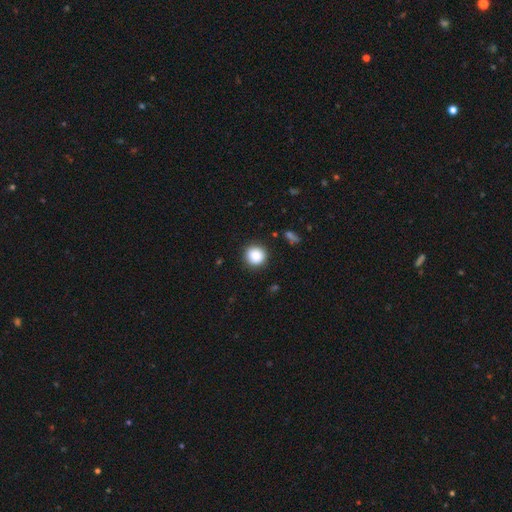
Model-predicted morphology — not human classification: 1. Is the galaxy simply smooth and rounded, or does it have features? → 87% smooth, 9% star or artifact, 5% featured or disk.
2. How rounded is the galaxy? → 94% round, 5% in between, 1% cigar-shaped.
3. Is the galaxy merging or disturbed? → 90% none, 7% minor disturbance, 2% major disturbance, 1% merger.